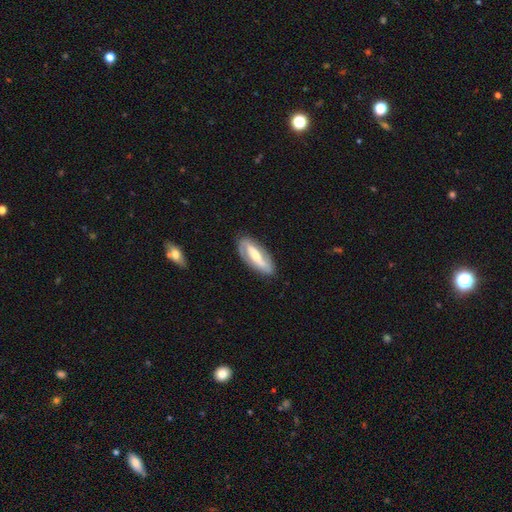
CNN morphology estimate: This is likely a featured or disk galaxy (75%). It is clearly not viewed edge-on (88%). Bar: possibly strong (53%). Spiral arm pattern: clearly yes (83%). Spiral arm count: clearly 2 (84%). Spiral winding: marginally medium (39%). Central bulge: possibly moderate (56%). Merging: clearly none (82%).